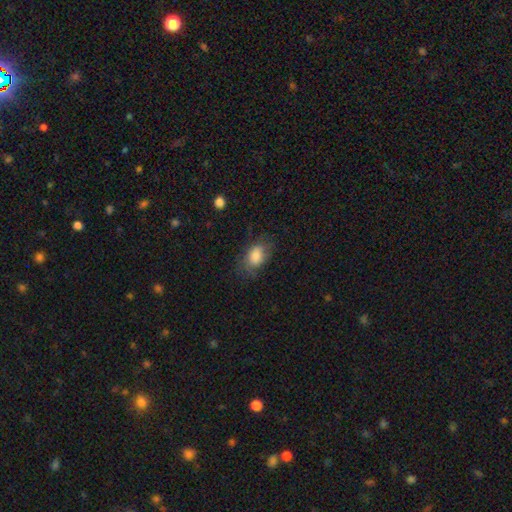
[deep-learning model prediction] Q: Smooth or featured?
A: smooth (82%); runner-up: featured or disk (11%)
Q: How rounded?
A: in between (85%); runner-up: round (13%)
Q: Merging?
A: none (65%); runner-up: minor disturbance (23%)